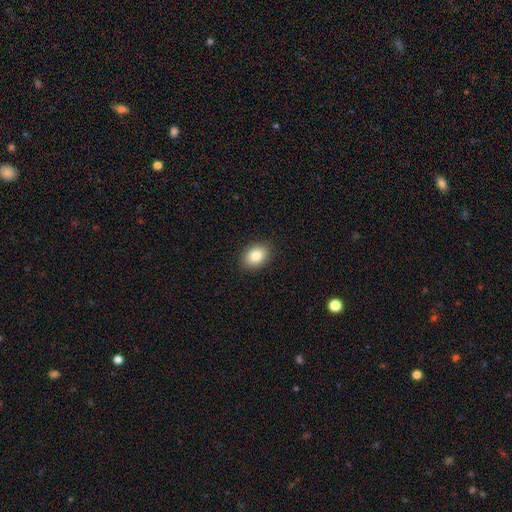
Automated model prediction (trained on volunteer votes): This appears to be a smooth galaxy with no disk features (84%) that is in between round and cigar-shaped (74%). Merging: none (89%).